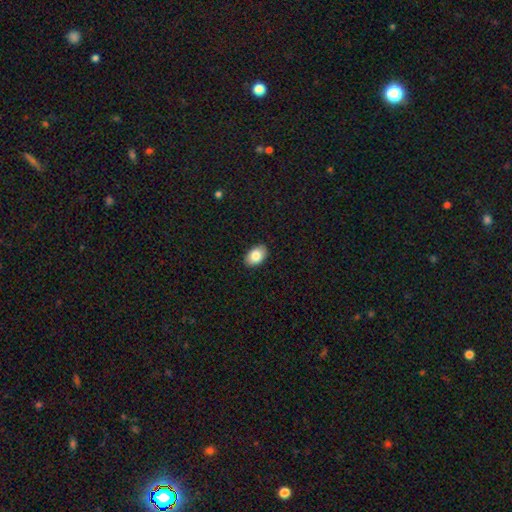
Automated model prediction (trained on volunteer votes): smooth_or_featured: smooth (p=0.84) [alt: featured or disk p=0.09]
how_rounded: in between (p=0.88) [alt: round p=0.10]
merging: none (p=0.89) [alt: minor disturbance p=0.09]